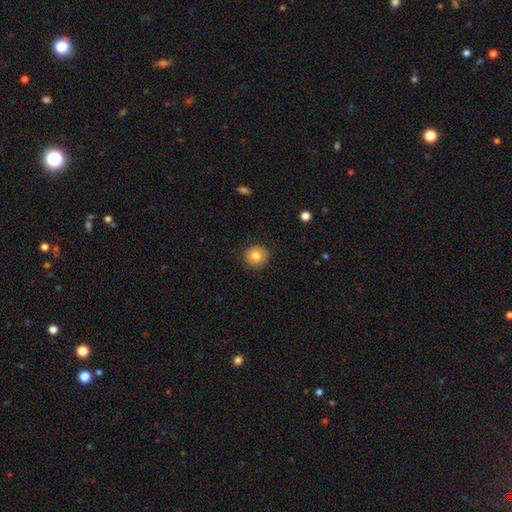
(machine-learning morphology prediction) A smooth galaxy with no disk features (83%) that is round (91%). Merging: none (89%).